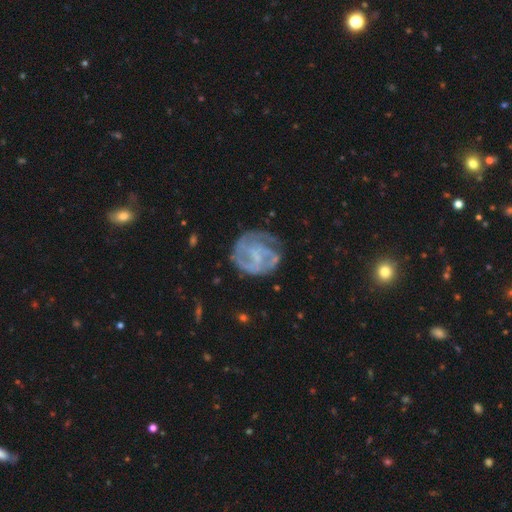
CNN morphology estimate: The model was most divided on "bulge size" (2-way tie): none: 40%, small: 40%, moderate: 16%, large: 2%, dominant: 1%. Remaining: edge-on disk — no (98%); spiral arms — yes (79%); smooth or featured — featured or disk (75%); merging — none (60%); bar — no (46%); spiral winding — tight (46%); spiral arm count — can't tell (37%).